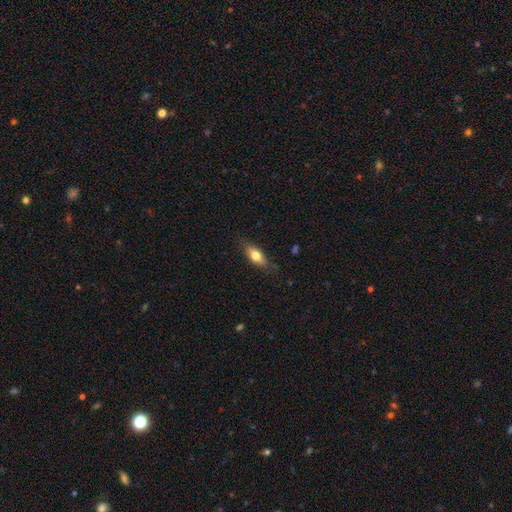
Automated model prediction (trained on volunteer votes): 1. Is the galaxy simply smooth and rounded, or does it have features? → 69% smooth, 24% featured or disk, 7% star or artifact.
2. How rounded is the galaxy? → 71% in between, 25% cigar-shaped, 4% round.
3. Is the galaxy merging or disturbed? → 80% none, 15% minor disturbance, 3% major disturbance, 1% merger.